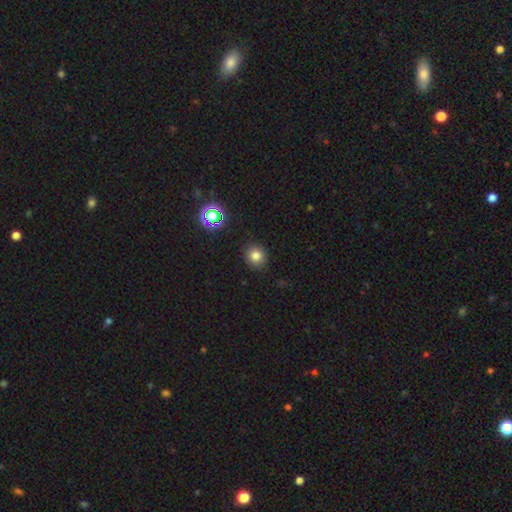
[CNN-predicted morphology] Smooth or featured?
  - smooth: 79% *
  - star or artifact: 15%
  - featured or disk: 6%
How rounded?
  - round: 84% *
  - in between: 16%
  - cigar-shaped: 1%
Merging?
  - none: 88% *
  - minor disturbance: 8%
  - major disturbance: 2%
  - merger: 1%